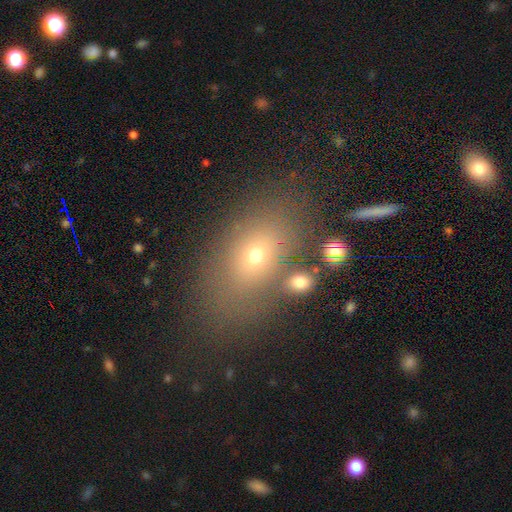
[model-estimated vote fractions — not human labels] Overall: smooth (64%). How rounded: in between (78%). Merging: none (68%).